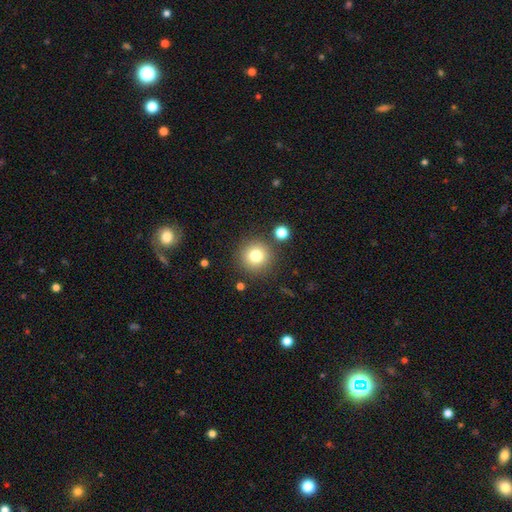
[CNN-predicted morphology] type=smooth (78%); roundness=round (95%); merging=none (85%).